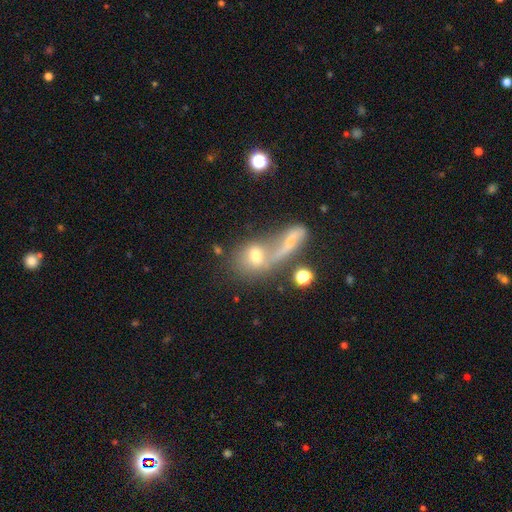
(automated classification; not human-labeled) Smooth or featured? smooth (58%)
How rounded? in between (49%)
Merging? merger (53%)